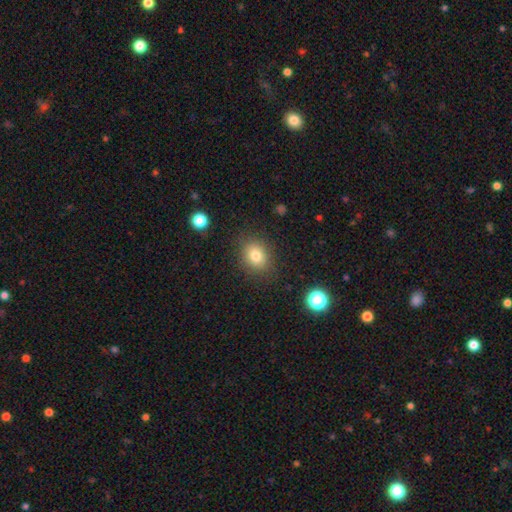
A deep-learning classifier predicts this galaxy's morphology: Q: Smooth or featured?
A: smooth (79%); runner-up: star or artifact (12%)
Q: How rounded?
A: round (57%); runner-up: in between (42%)
Q: Merging?
A: none (84%); runner-up: minor disturbance (11%)